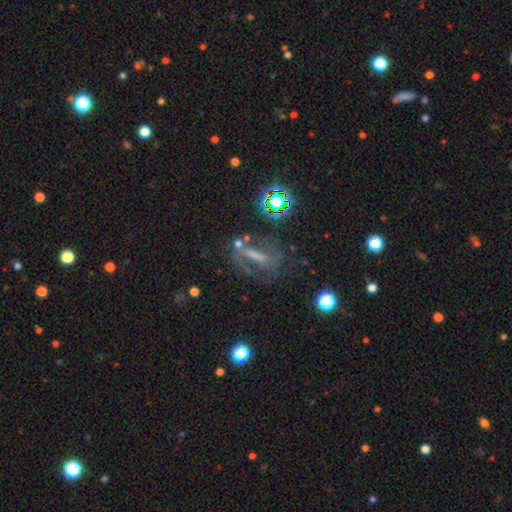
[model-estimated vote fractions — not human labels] Smooth or featured? featured or disk (50%)
Edge-on disk? no (79%)
Merging? none (55%)